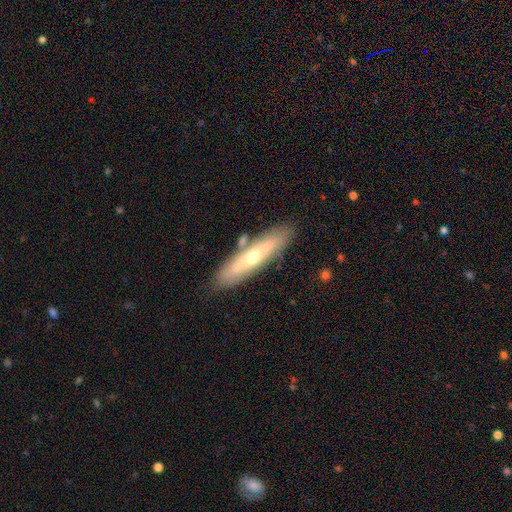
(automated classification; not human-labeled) A featured or disk galaxy (55%) viewed edge-on (57%).

Vote fractions:
- Smooth or featured? featured or disk: 55% / smooth: 38% / star or artifact: 7%
- Edge-on disk? yes: 57% / no: 43%
- Merging? none: 80% / minor disturbance: 12% / merger: 5% / major disturbance: 3%